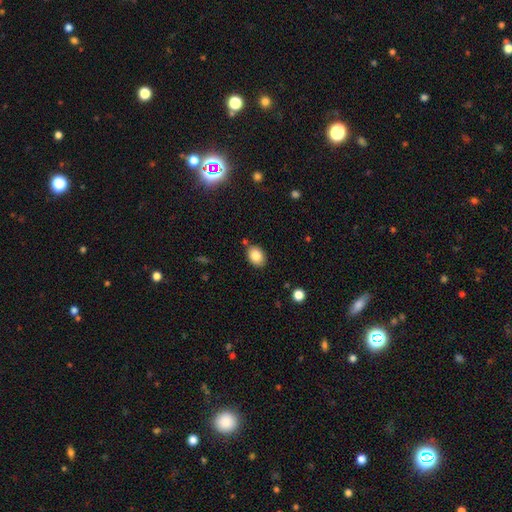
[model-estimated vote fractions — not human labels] Morphology: type=smooth (85%); roundness=in between (73%); merging=none (81%).